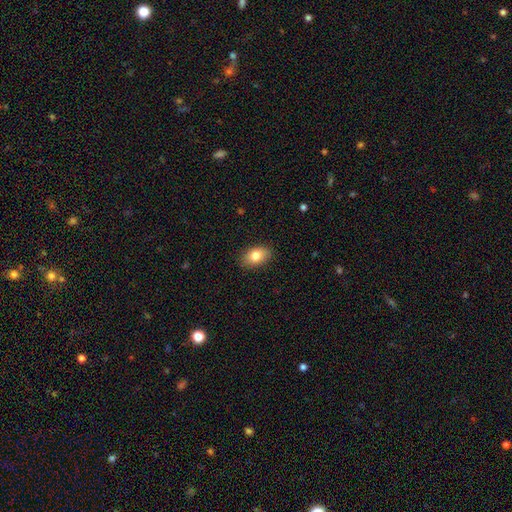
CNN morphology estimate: A smooth galaxy with no disk features (81%) that is in between round and cigar-shaped (86%). Merging: none (88%).